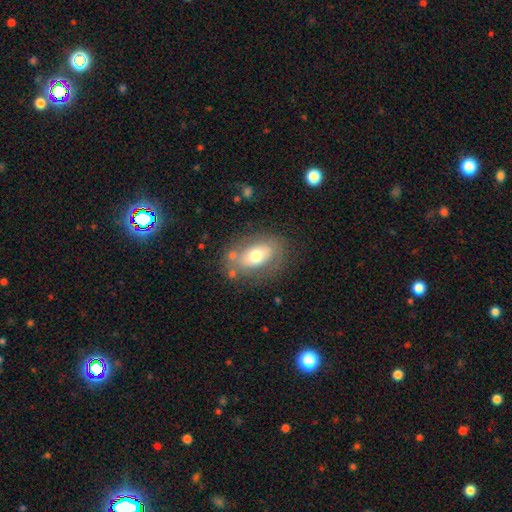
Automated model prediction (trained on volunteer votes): The model was most divided on "smooth or featured": smooth: 58%, featured or disk: 34%, star or artifact: 8%. More confident: how rounded — in between (84%); merging — none (73%).